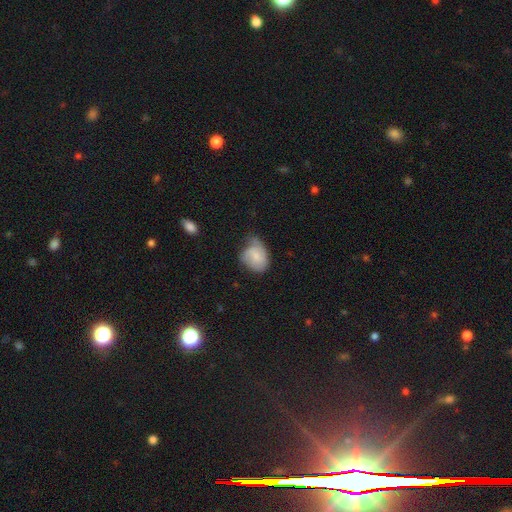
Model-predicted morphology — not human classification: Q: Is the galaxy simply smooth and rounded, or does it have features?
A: smooth — 60%.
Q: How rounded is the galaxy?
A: in between — 62%.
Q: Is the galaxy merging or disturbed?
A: minor disturbance — 43%.